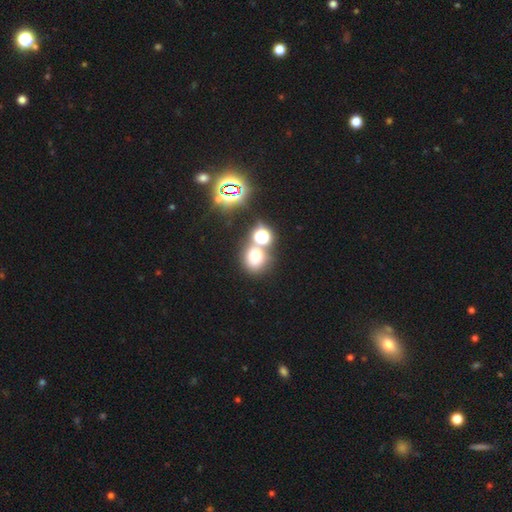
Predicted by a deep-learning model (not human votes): The model was most divided on "smooth or featured": smooth: 60%, star or artifact: 30%, featured or disk: 10%. More confident: how rounded — round (77%); merging — none (58%).